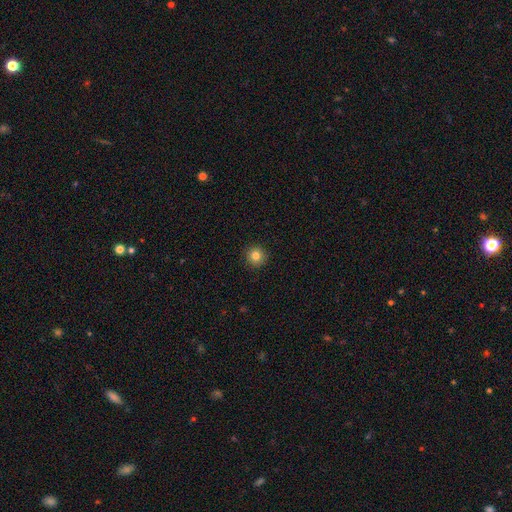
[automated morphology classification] Overall: smooth (83%). How rounded: round (95%). Merging: none (93%).